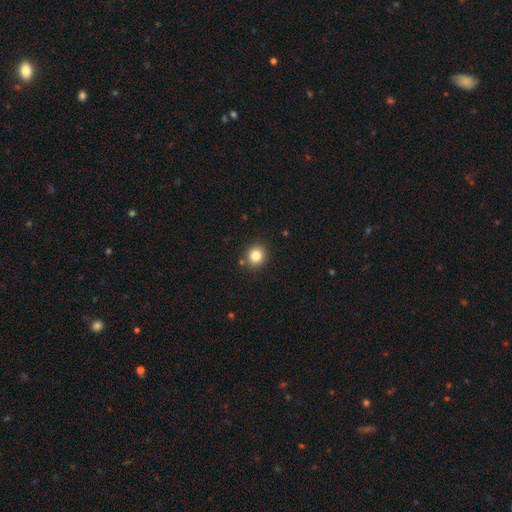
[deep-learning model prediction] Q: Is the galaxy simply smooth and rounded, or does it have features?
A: smooth — 82%.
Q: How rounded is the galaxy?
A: round — 83%.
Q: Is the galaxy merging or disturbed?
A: none — 88%.